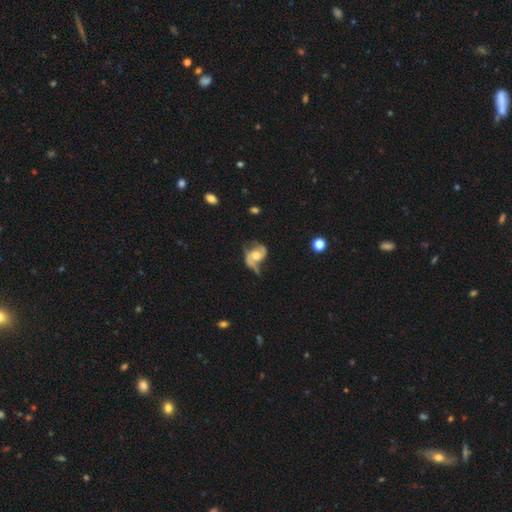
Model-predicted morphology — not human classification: The model was most divided on "spiral winding": loose: 45%, medium: 41%, tight: 15%. Remaining: edge-on disk — no (97%); spiral arms — yes (92%); spiral arm count — 2 (85%); smooth or featured — featured or disk (80%); bulge size — moderate (64%); bar — no (64%); merging — none (43%).